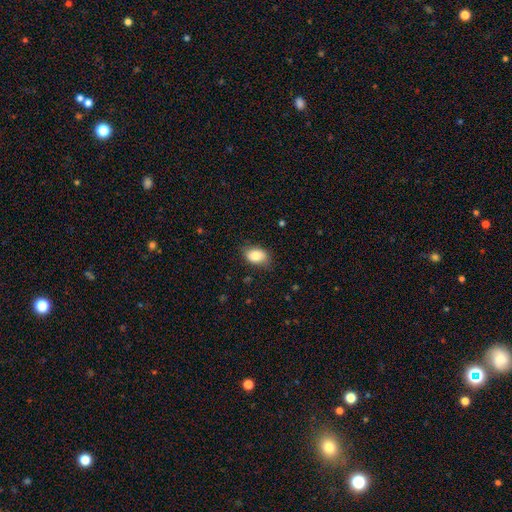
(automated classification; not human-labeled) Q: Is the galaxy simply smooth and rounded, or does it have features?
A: smooth — 83%.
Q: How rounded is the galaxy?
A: in between — 84%.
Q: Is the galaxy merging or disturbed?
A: none — 78%.